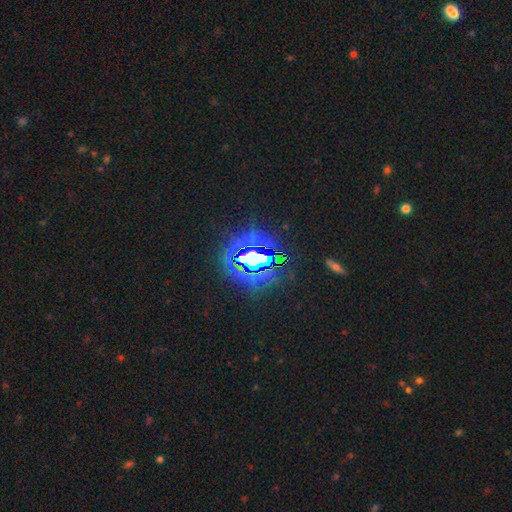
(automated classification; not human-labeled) Smooth or featured: star or artifact — 82% (smooth — 10%)